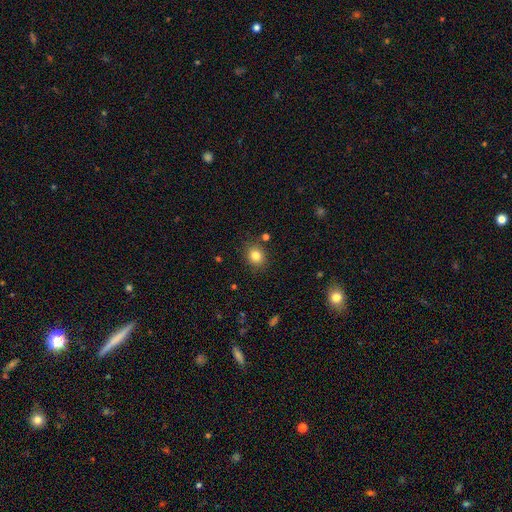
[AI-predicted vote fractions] Q: Smooth or featured?
A: smooth (82%); runner-up: star or artifact (11%)
Q: How rounded?
A: round (67%); runner-up: in between (32%)
Q: Merging?
A: none (84%); runner-up: minor disturbance (10%)